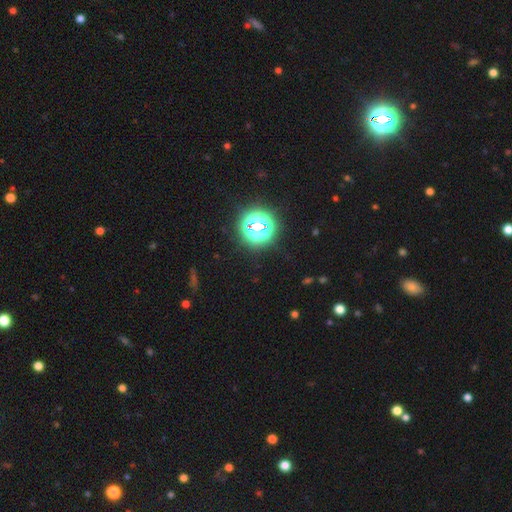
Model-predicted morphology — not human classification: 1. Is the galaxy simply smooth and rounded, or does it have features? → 79% star or artifact, 15% smooth, 6% featured or disk.